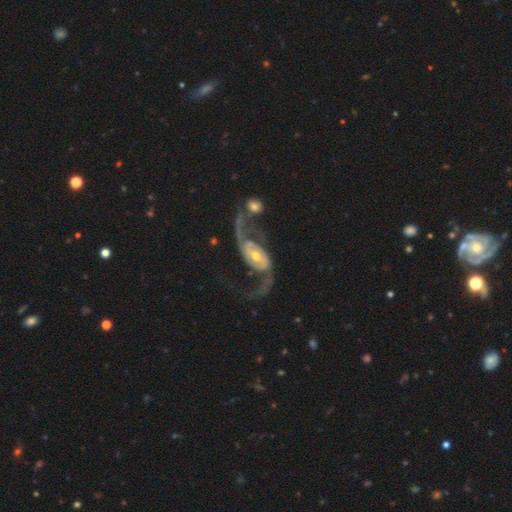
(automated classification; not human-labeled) The model was most divided on "bar": no: 39%, weak: 38%, strong: 24%. Remaining: edge-on disk — no (97%); spiral arms — yes (96%); spiral arm count — 2 (93%); smooth or featured — featured or disk (91%); spiral winding — loose (71%); bulge size — moderate (63%); merging — none (44%).